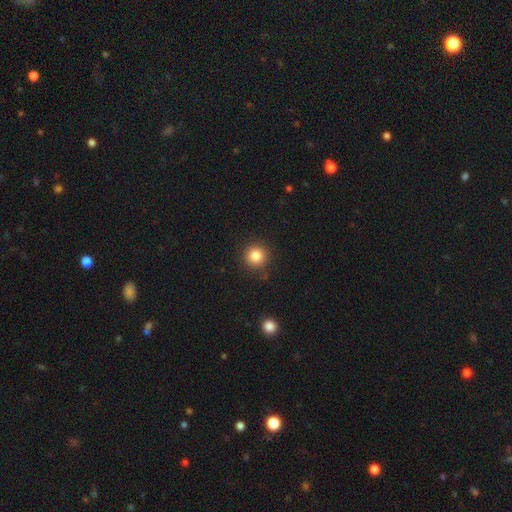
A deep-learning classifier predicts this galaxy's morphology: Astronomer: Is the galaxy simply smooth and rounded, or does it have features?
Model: smooth — 84%.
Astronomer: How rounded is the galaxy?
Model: round — 95%.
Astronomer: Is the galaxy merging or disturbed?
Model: none — 89%.